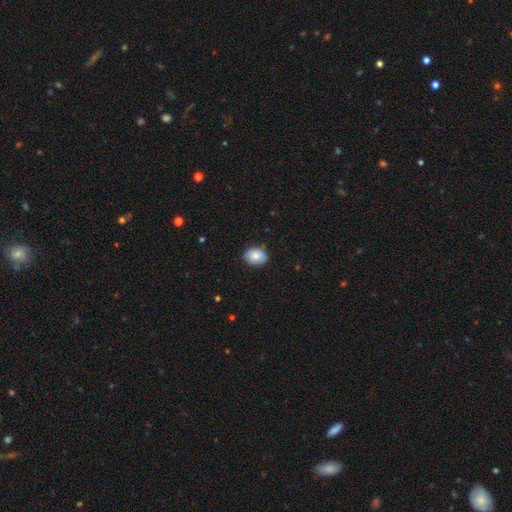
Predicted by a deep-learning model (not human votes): smooth-or-featured: smooth: 81% | featured or disk: 12% | star or artifact: 8%
  how-rounded: in between: 62% | round: 37% | cigar-shaped: 1%
  merging: none: 82% | minor disturbance: 15% | major disturbance: 2% | merger: 1%